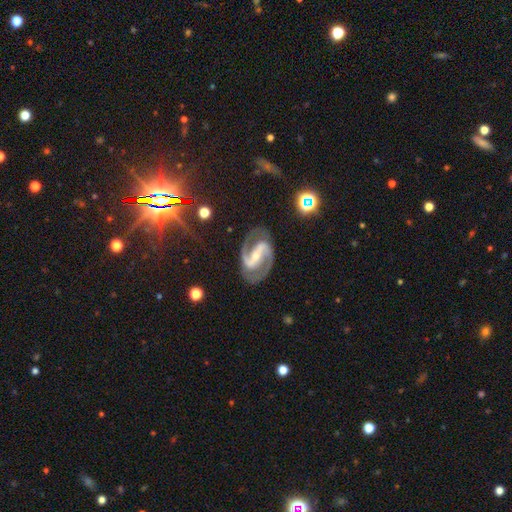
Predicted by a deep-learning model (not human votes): A featured or disk galaxy (92%) with a strong bar (68%), 2 (94%) medium (59%) spiral arms (98%) and a small central bulge (60%).

Vote fractions:
- Smooth or featured? featured or disk: 92% / star or artifact: 4% / smooth: 3%
- Edge-on disk? no: 98% / yes: 2%
- Bar? strong: 68% / weak: 22% / no: 10%
- Spiral arms? yes: 98% / no: 2%
- Spiral winding? medium: 59% / tight: 26% / loose: 15%
- Spiral arm count? 2: 94% / can't tell: 2% / 1: 1% / 3: 1% / 4: 1% / more than 4: 1%
- Bulge size? small: 60% / moderate: 34% / large: 2% / none: 2% / dominant: 1%
- Merging? none: 83% / minor disturbance: 11% / major disturbance: 5% / merger: 1%